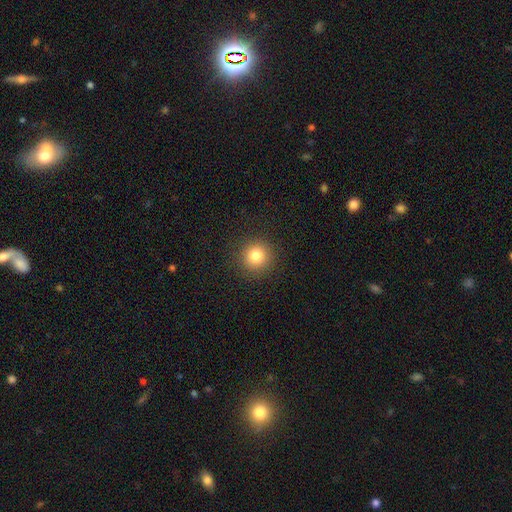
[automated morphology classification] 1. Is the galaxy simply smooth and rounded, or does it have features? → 81% smooth, 12% star or artifact, 7% featured or disk.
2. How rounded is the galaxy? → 94% round, 5% in between, 1% cigar-shaped.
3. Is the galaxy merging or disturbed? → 91% none, 6% minor disturbance, 2% major disturbance, 1% merger.